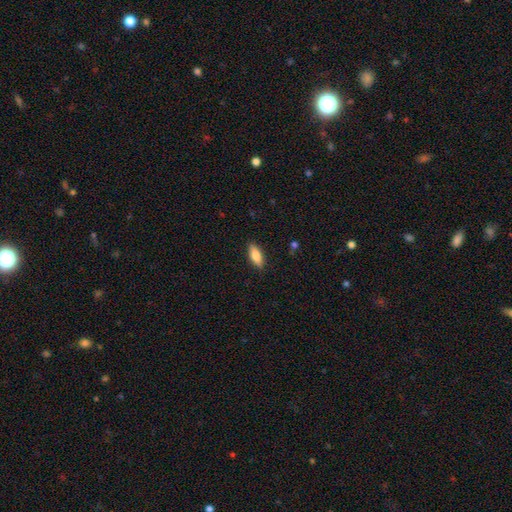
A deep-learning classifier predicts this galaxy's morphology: Overall: smooth (77%). How rounded: in between (70%). Merging: none (88%).